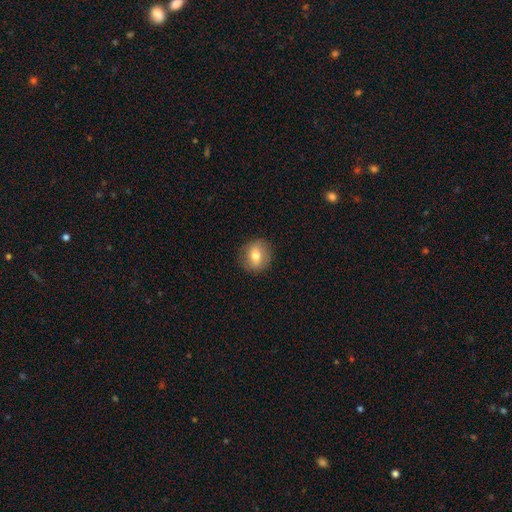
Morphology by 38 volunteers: Smooth or featured?
  - smooth: 63% *
  - featured or disk: 32%
  - star or artifact: 5%
How rounded?
  - round: 83% *
  - in between: 17%
  - cigar-shaped: 0%
Merging?
  - none: 86% *
  - minor disturbance: 11%
  - merger: 3%
  - major disturbance: 0%